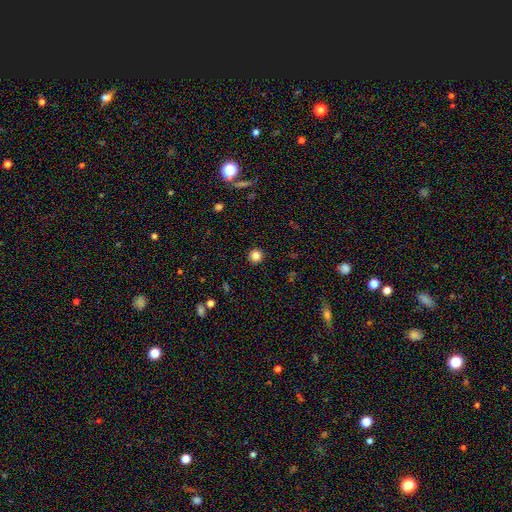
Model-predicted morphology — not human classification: smooth-or-featured: smooth: 83% | star or artifact: 12% | featured or disk: 5%
  how-rounded: round: 96% | in between: 3% | cigar-shaped: 1%
  merging: none: 93% | minor disturbance: 4% | major disturbance: 2% | merger: 1%